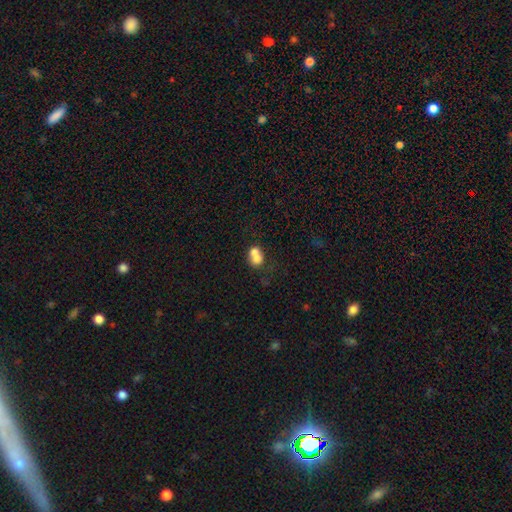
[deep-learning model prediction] Morphology: type=smooth (70%); roundness=round (59%); merging=merger (68%).